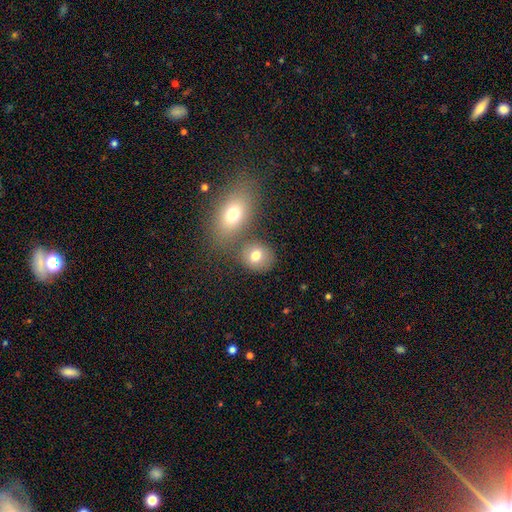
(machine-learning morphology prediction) A smooth galaxy with no disk features (77%) that is round (64%).

Vote fractions:
- Smooth or featured? smooth: 77% / featured or disk: 12% / star or artifact: 12%
- How rounded? round: 64% / in between: 34% / cigar-shaped: 1%
- Merging? none: 61% / merger: 24% / minor disturbance: 11% / major disturbance: 4%